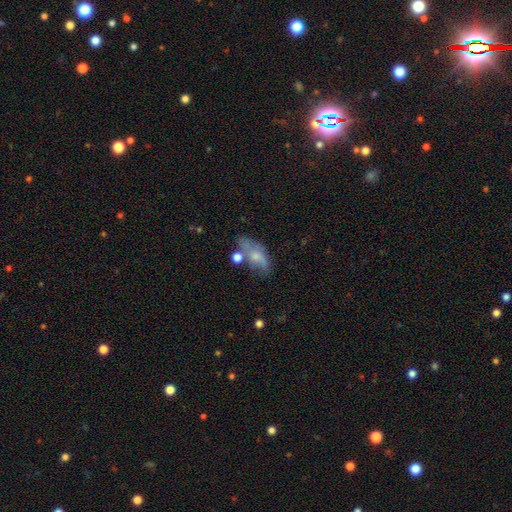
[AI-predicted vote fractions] Smooth or featured? smooth (56%)
How rounded? in between (81%)
Merging? none (41%)